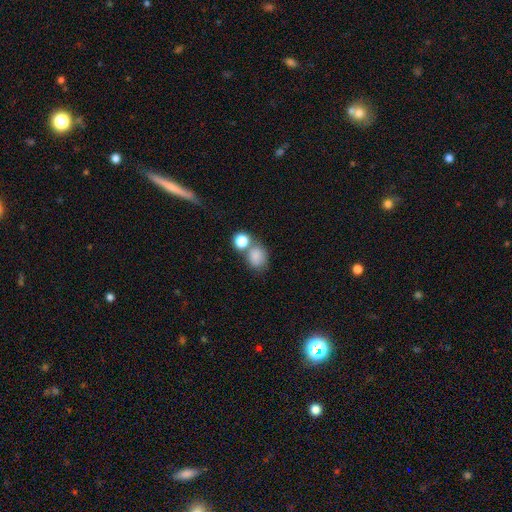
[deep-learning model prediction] Smooth or featured?
  - smooth: 81% *
  - star or artifact: 12%
  - featured or disk: 8%
How rounded?
  - round: 55% *
  - in between: 44%
  - cigar-shaped: 1%
Merging?
  - none: 46% *
  - merger: 34%
  - minor disturbance: 13%
  - major disturbance: 6%